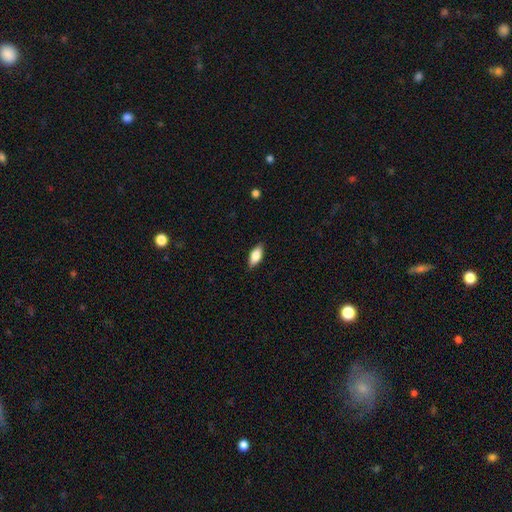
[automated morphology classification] Smooth or featured? smooth (77%)
How rounded? in between (84%)
Merging? none (86%)